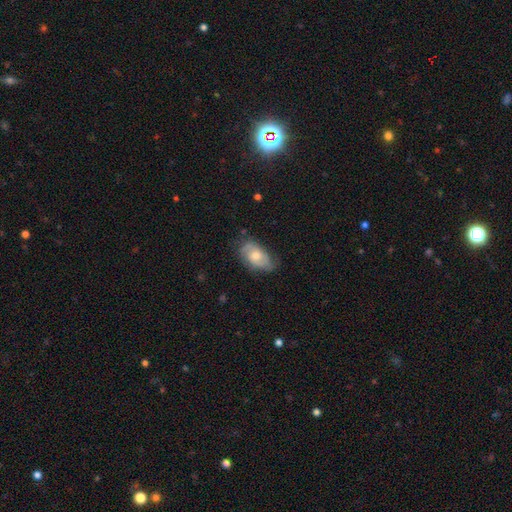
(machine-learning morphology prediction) Smooth or featured? Predicted: featured or disk (p=0.49). Merging? Predicted: none (p=0.65).